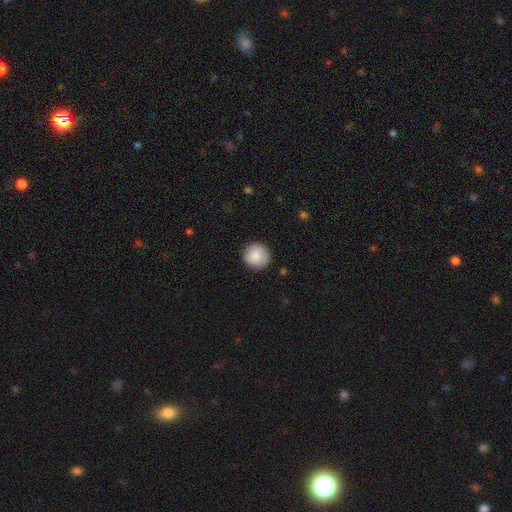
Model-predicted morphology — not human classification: Smooth or featured?
  - smooth: 87% *
  - star or artifact: 7%
  - featured or disk: 6%
How rounded?
  - round: 95% *
  - in between: 4%
  - cigar-shaped: 1%
Merging?
  - none: 90% *
  - minor disturbance: 8%
  - major disturbance: 2%
  - merger: 1%